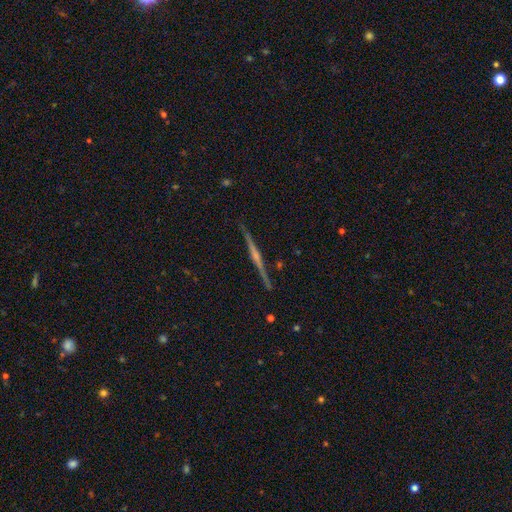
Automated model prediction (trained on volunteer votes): A featured or disk galaxy (83%) viewed edge-on (98%) with a rounded central bulge (67%). Merging: none (91%).